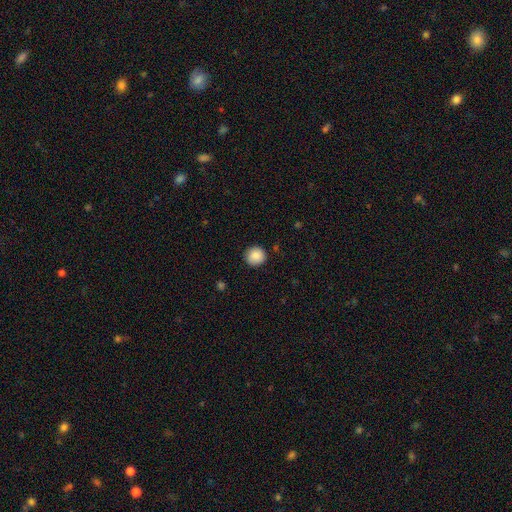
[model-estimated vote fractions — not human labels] The model was most divided on "smooth or featured": smooth: 88%, star or artifact: 8%, featured or disk: 3%. More confident: how rounded — round (93%); merging — none (91%).